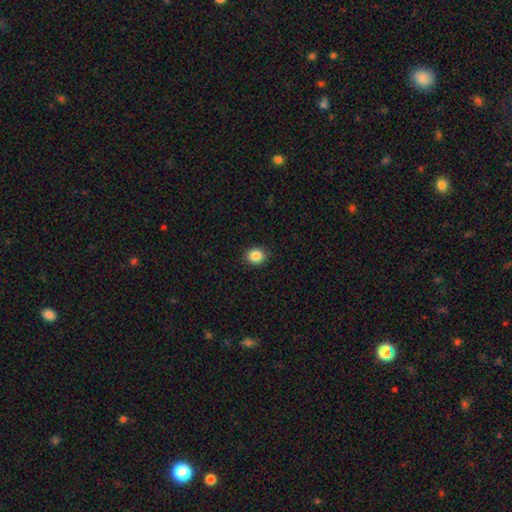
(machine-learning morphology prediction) smooth 86%, star or artifact 9%, featured or disk 4%. Down the decision tree: how rounded — round (64%); merging — none (91%).